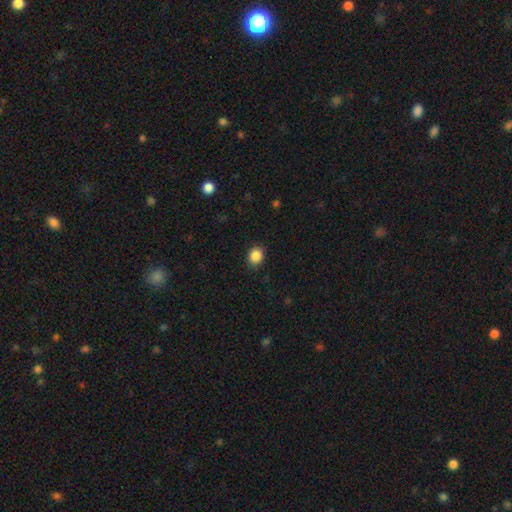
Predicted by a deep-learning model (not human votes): Morphology: type=smooth (87%); roundness=round (69%); merging=none (88%).